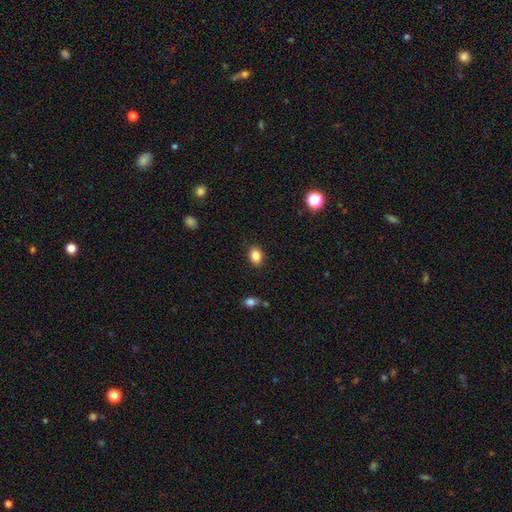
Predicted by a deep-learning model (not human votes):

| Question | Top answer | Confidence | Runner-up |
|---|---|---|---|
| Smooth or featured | smooth | 85% | star or artifact (10%) |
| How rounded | in between | 64% | round (35%) |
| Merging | none | 88% | minor disturbance (9%) |